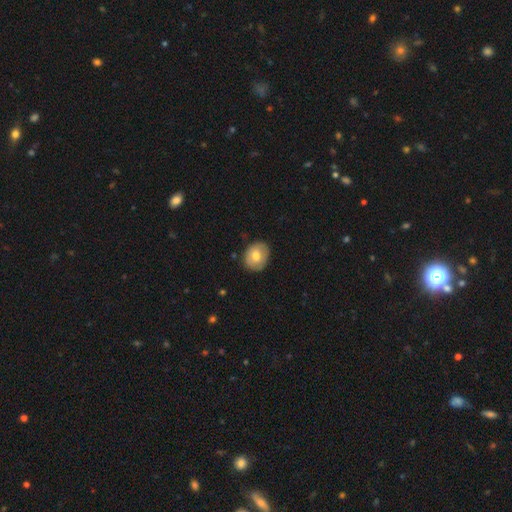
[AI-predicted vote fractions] This appears to be a smooth galaxy with no disk features (70%) that is round (55%). Merging: none (84%).